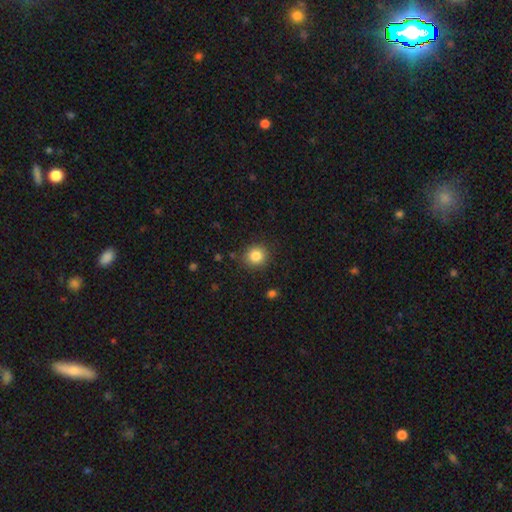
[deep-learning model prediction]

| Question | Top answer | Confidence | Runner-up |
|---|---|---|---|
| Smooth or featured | smooth | 84% | star or artifact (11%) |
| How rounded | round | 88% | in between (12%) |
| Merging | none | 88% | minor disturbance (8%) |